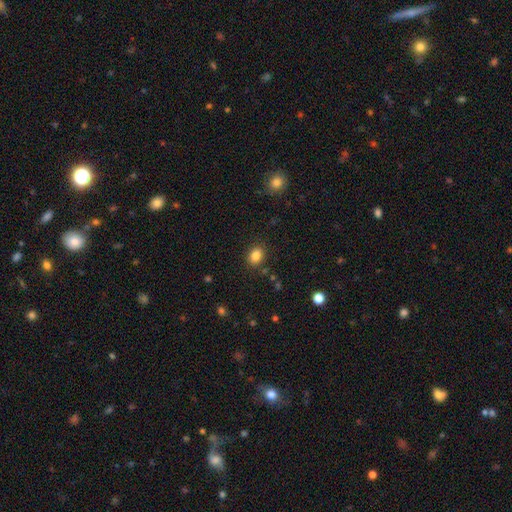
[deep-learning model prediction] smooth 84%, star or artifact 10%, featured or disk 5%. Down the decision tree: how rounded — in between (61%); merging — none (86%).